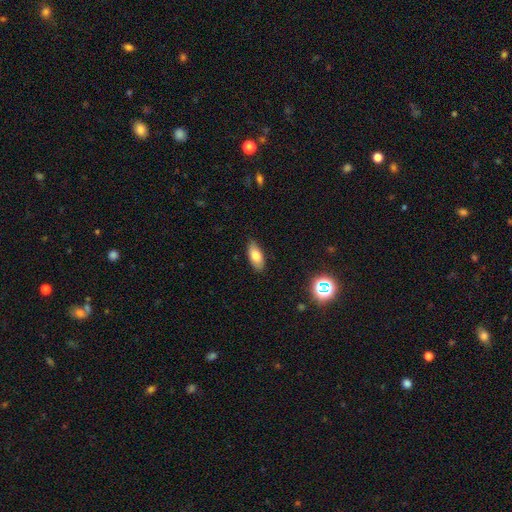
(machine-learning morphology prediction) A smooth galaxy with no disk features (79%) that is in between round and cigar-shaped (84%).

Vote fractions:
- Smooth or featured? smooth: 79% / featured or disk: 13% / star or artifact: 8%
- How rounded? in between: 84% / cigar-shaped: 14% / round: 3%
- Merging? none: 84% / minor disturbance: 13% / major disturbance: 2% / merger: 1%